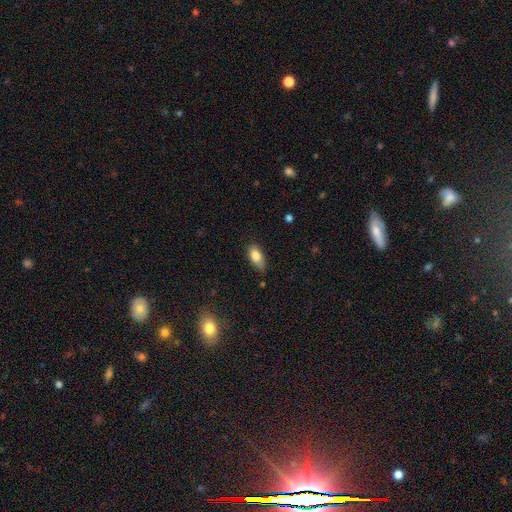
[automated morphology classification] Smooth or featured? smooth (82%)
How rounded? in between (88%)
Merging? none (77%)